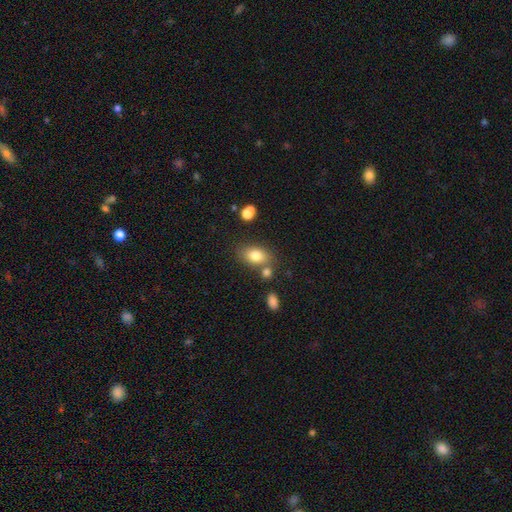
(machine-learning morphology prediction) smooth 80%, featured or disk 11%, star or artifact 9%. Down the decision tree: how rounded — in between (83%); merging — none (66%).